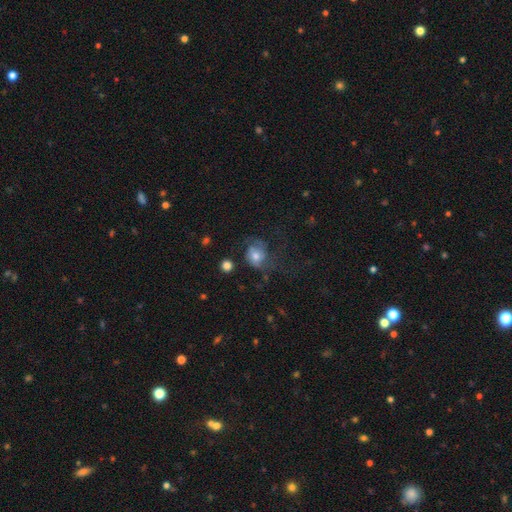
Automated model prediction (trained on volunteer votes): Smooth or featured? smooth (55%)
How rounded? round (65%)
Merging? none (40%)